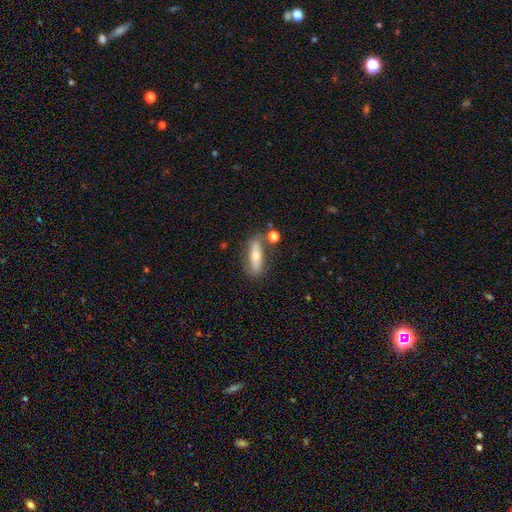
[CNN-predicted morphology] smooth 47%, featured or disk 45%, star or artifact 8%. Down the decision tree: merging — none (75%).